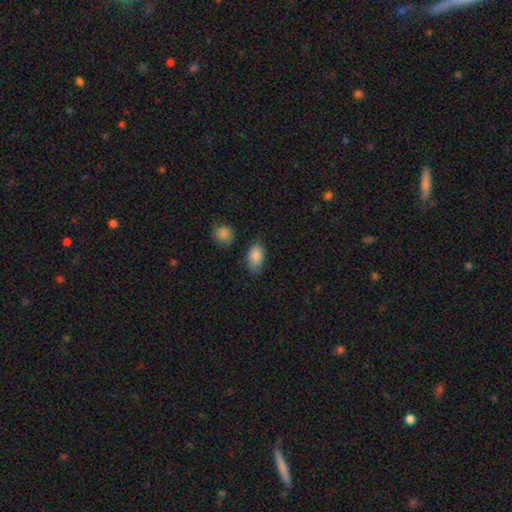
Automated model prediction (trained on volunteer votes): Q: Smooth or featured?
A: smooth (86%); runner-up: star or artifact (7%)
Q: How rounded?
A: in between (91%); runner-up: round (7%)
Q: Merging?
A: none (73%); runner-up: minor disturbance (19%)